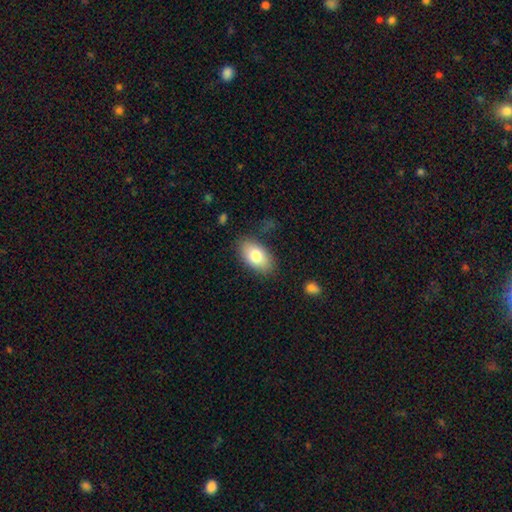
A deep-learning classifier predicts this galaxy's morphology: Smooth or featured? smooth (77%)
How rounded? in between (92%)
Merging? none (81%)